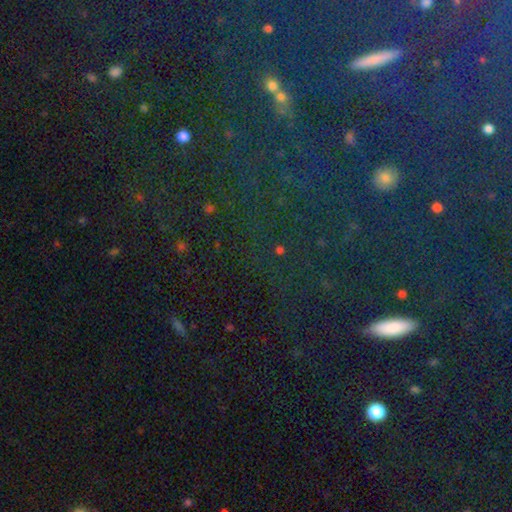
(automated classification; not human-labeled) Overall: star or artifact (63%; smooth 24%).